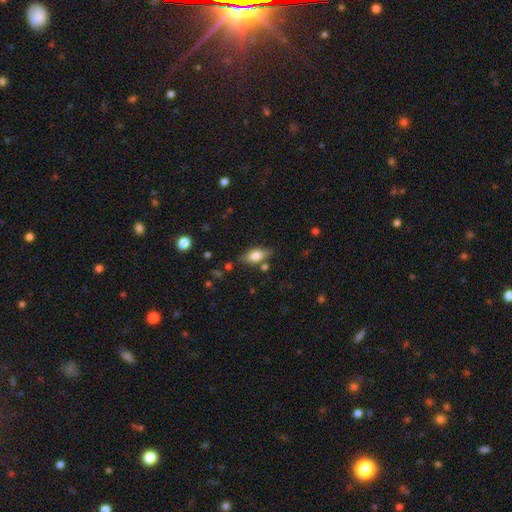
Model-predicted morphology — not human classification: Smooth or featured?
  - smooth: 64% *
  - featured or disk: 27%
  - star or artifact: 8%
How rounded?
  - in between: 81% *
  - cigar-shaped: 14%
  - round: 5%
Merging?
  - none: 77% *
  - minor disturbance: 15%
  - merger: 5%
  - major disturbance: 4%